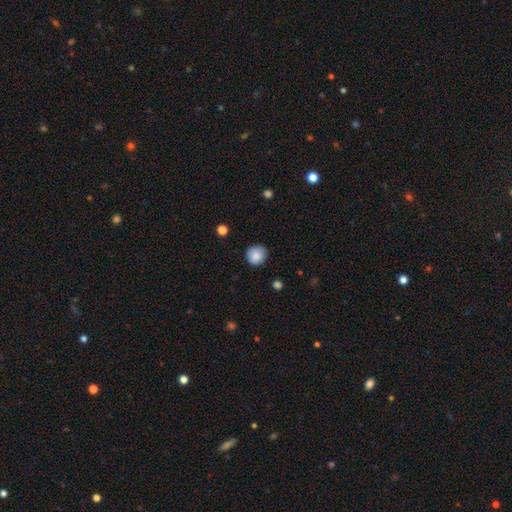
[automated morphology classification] A smooth galaxy with no disk features (87%) that is round (90%).

Vote fractions:
- Smooth or featured? smooth: 87% / star or artifact: 8% / featured or disk: 5%
- How rounded? round: 90% / in between: 9% / cigar-shaped: 1%
- Merging? none: 84% / minor disturbance: 12% / major disturbance: 2% / merger: 1%